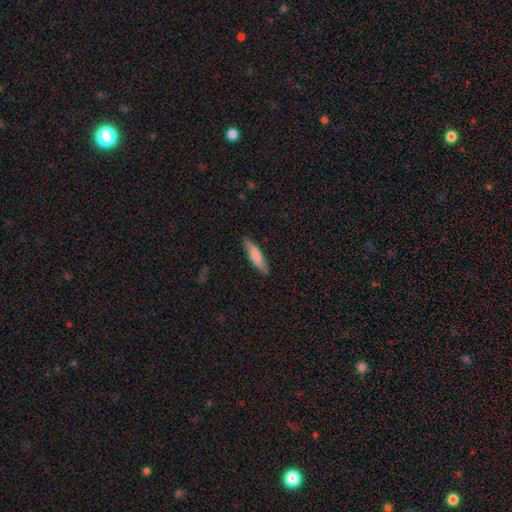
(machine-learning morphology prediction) Smooth or featured?
  - smooth: 74% *
  - featured or disk: 20%
  - star or artifact: 5%
How rounded?
  - cigar-shaped: 78% *
  - in between: 20%
  - round: 1%
Merging?
  - none: 84% *
  - minor disturbance: 13%
  - major disturbance: 2%
  - merger: 1%